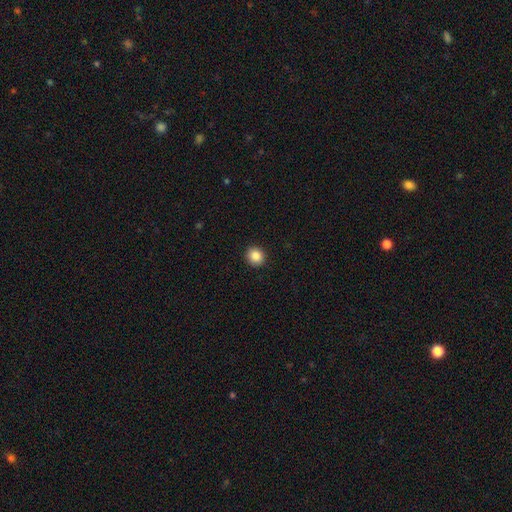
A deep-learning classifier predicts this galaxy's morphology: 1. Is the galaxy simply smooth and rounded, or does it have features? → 87% smooth, 9% star or artifact, 4% featured or disk.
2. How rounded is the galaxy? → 81% round, 18% in between, 1% cigar-shaped.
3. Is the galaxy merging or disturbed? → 92% none, 5% minor disturbance, 2% major disturbance, 1% merger.